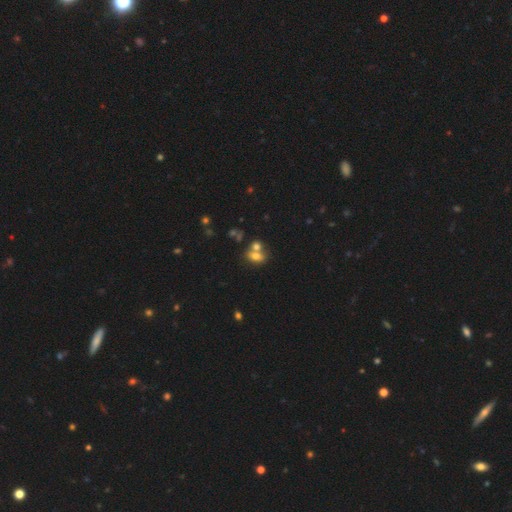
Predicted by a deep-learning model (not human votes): A smooth galaxy with no disk features (70%) that is in between round and cigar-shaped (72%).

Vote fractions:
- Smooth or featured? smooth: 70% / featured or disk: 17% / star or artifact: 14%
- How rounded? in between: 72% / round: 25% / cigar-shaped: 4%
- Merging? merger: 46% / none: 39% / minor disturbance: 10% / major disturbance: 5%